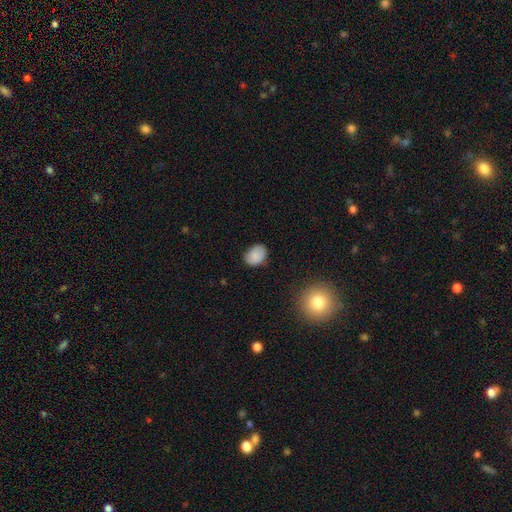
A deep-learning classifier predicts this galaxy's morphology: The model was most divided on "how rounded": in between: 71%, round: 28%, cigar-shaped: 1%. More confident: smooth or featured — smooth (86%); merging — none (76%).